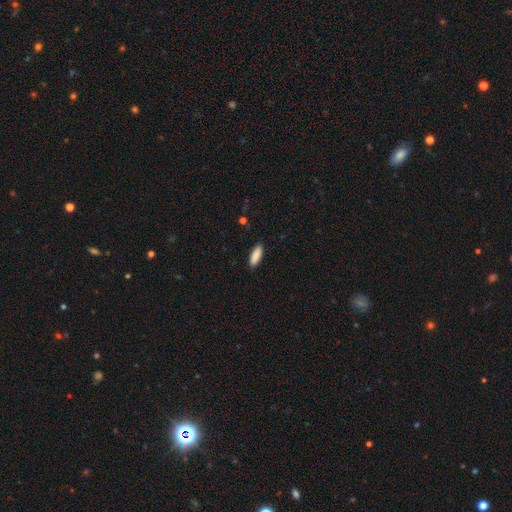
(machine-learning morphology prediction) Smooth or featured? smooth (90%)
How rounded? in between (59%)
Merging? none (89%)